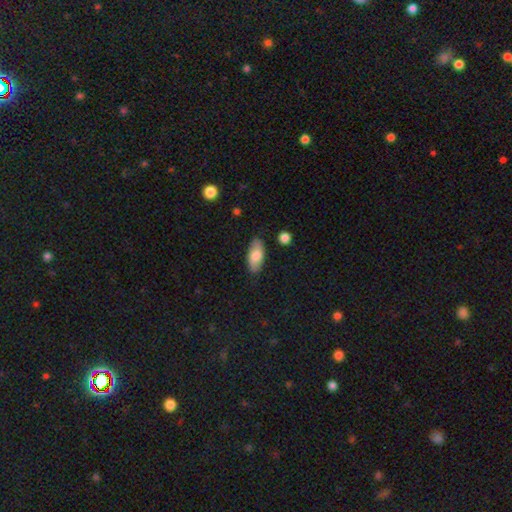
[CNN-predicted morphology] This is likely a smooth galaxy (77%). How rounded: clearly in between (88%). Merging: clearly none (83%).